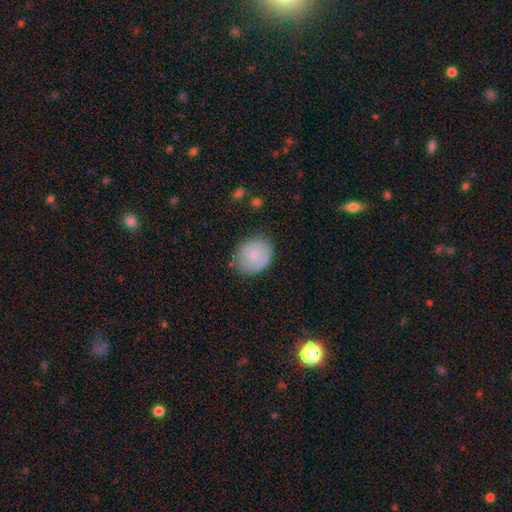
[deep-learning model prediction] Smooth or featured? smooth (75%)
How rounded? round (65%)
Merging? none (74%)